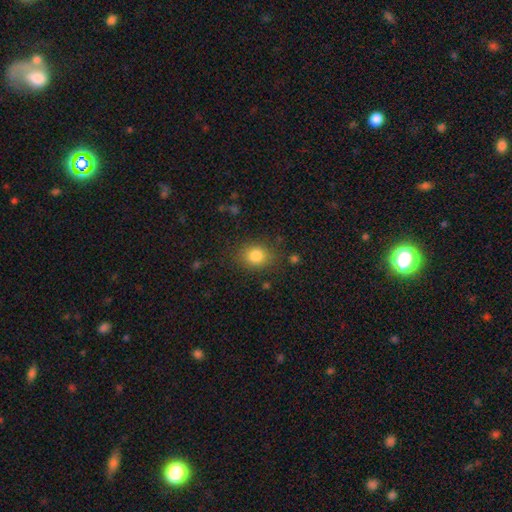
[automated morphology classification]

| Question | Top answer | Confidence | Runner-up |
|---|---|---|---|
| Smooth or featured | smooth | 82% | star or artifact (11%) |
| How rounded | round | 60% | in between (39%) |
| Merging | none | 82% | minor disturbance (12%) |